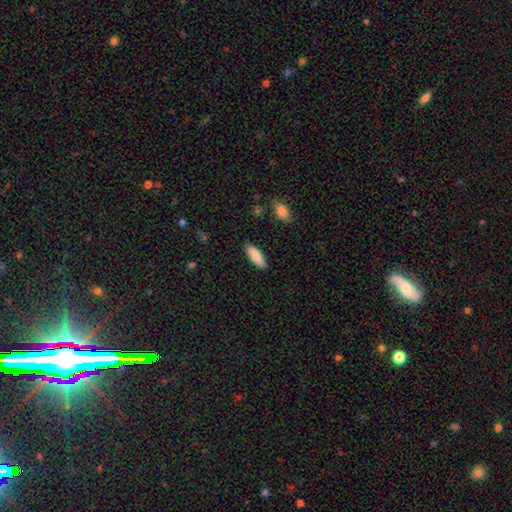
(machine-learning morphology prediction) Smooth or featured: smooth — 87% (featured or disk — 8%)
How rounded: in between — 59% (cigar-shaped — 40%)
Merging: none — 88% (minor disturbance — 9%)